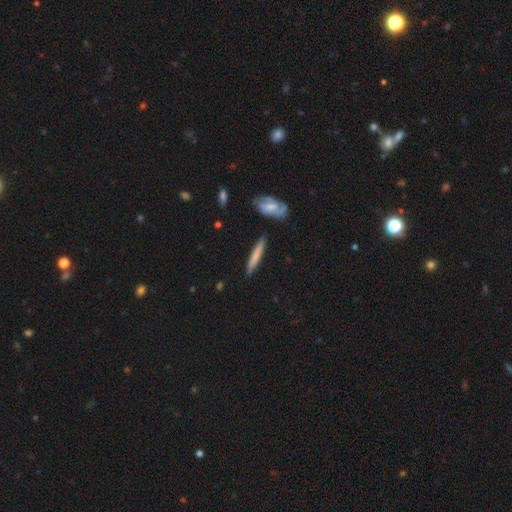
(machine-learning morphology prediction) Smooth or featured: smooth — 68% (featured or disk — 27%)
How rounded: cigar-shaped — 93% (in between — 5%)
Merging: none — 86% (minor disturbance — 9%)